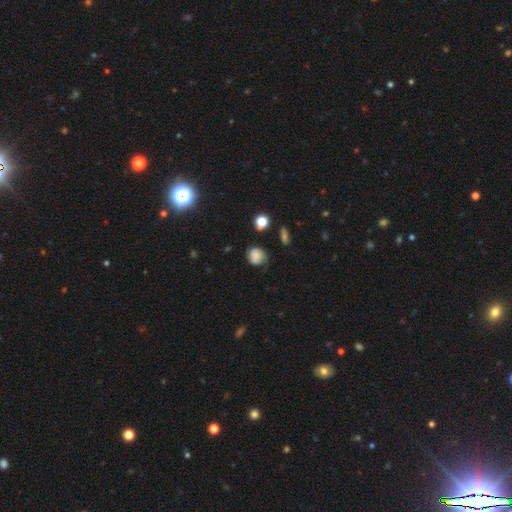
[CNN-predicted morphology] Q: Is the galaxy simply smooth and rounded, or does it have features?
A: smooth — 74%.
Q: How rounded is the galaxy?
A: round — 77%.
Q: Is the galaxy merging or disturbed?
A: none — 60%.